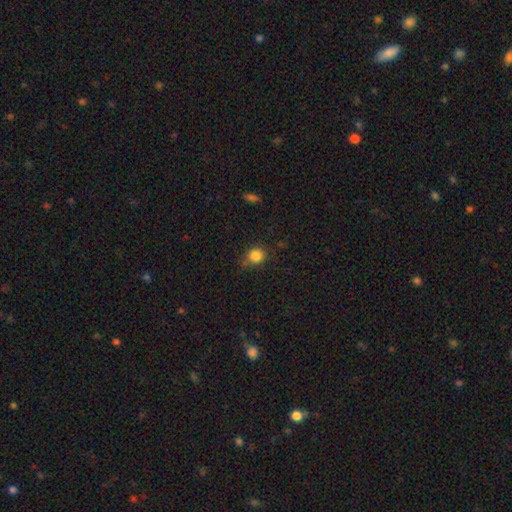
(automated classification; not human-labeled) Morphology: type=smooth (84%); roundness=round (78%); merging=none (70%).